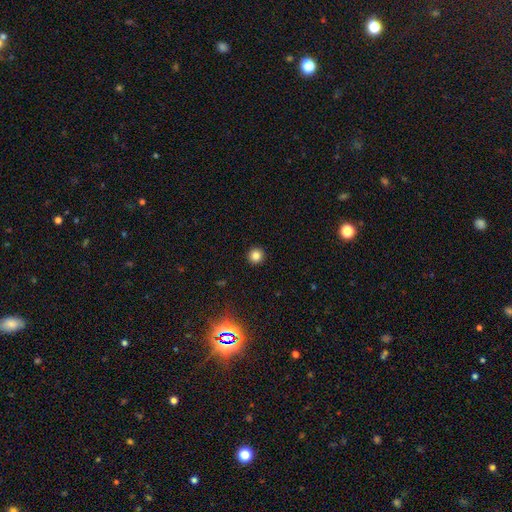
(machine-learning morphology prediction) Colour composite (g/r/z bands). It shows a smooth galaxy with no disk features (81%) that is round (95%). Merging: none (93%).